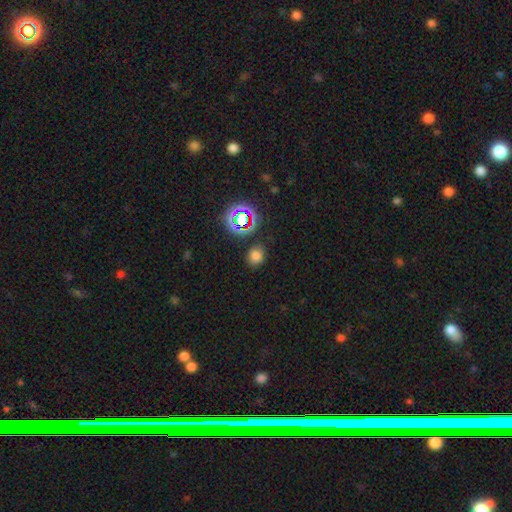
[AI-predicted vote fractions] smooth_or_featured: smooth (p=0.73) [alt: star or artifact p=0.22]
how_rounded: round (p=0.65) [alt: in between p=0.34]
merging: none (p=0.82) [alt: minor disturbance p=0.12]